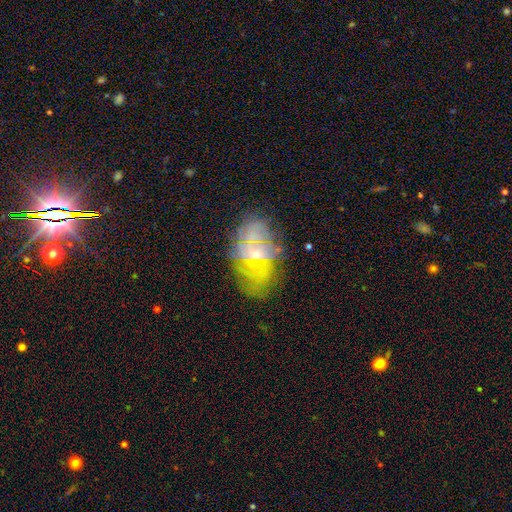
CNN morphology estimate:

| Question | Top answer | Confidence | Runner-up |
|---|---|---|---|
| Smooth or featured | featured or disk | 49% | smooth (27%) |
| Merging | none | 70% | minor disturbance (18%) |